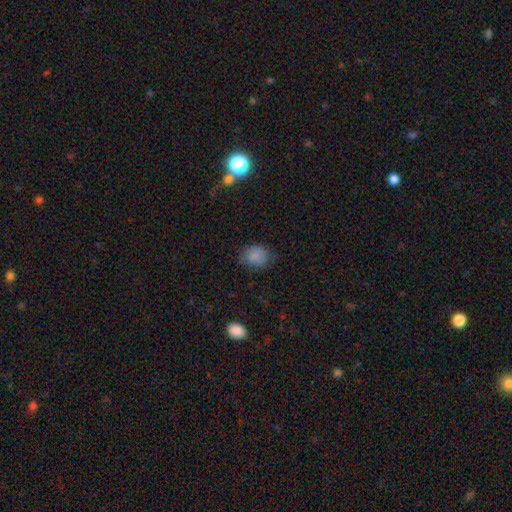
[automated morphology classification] Overall: smooth (82%). How rounded: in between (54%; round 45%). Merging: none (70%).